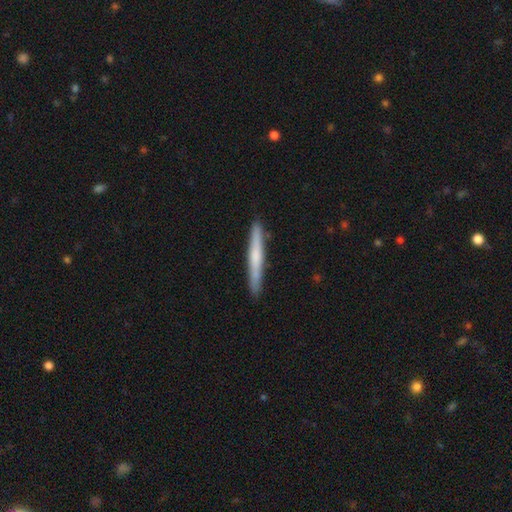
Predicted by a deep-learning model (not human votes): This is possibly a smooth galaxy (51%). How rounded: clearly cigar-shaped (97%). Merging: clearly none (91%).